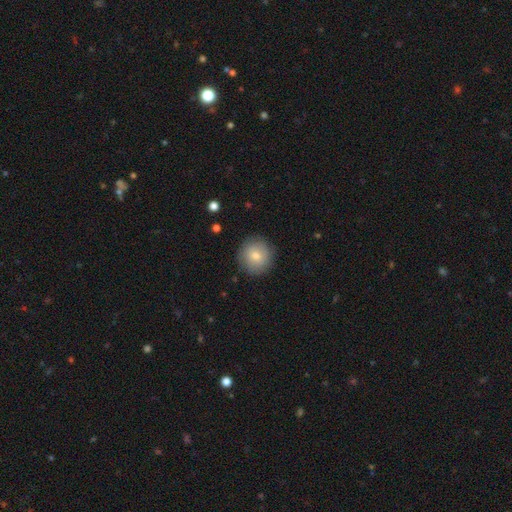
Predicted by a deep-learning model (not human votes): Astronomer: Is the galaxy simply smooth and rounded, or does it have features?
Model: smooth — 76%.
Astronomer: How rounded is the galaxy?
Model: round — 94%.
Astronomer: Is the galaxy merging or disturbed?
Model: none — 89%.